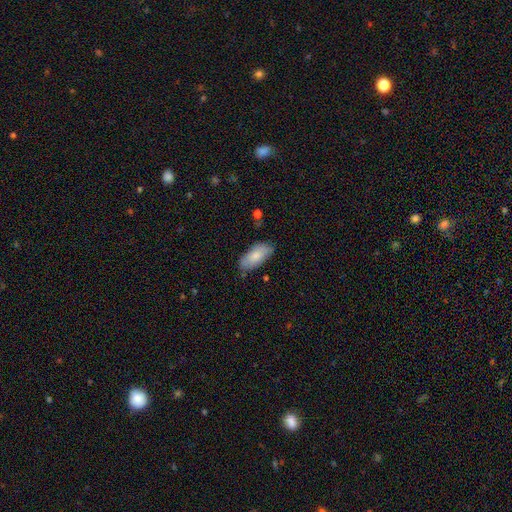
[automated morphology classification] The model was most divided on "merging": none: 75%, minor disturbance: 20%, major disturbance: 4%, merger: 2%. More confident: how rounded — in between (91%); smooth or featured — smooth (80%).